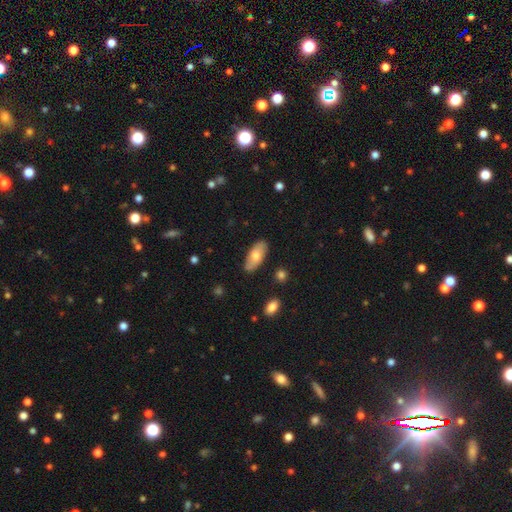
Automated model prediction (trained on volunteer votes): Overall: smooth (68%). How rounded: in between (88%). Merging: none (84%).